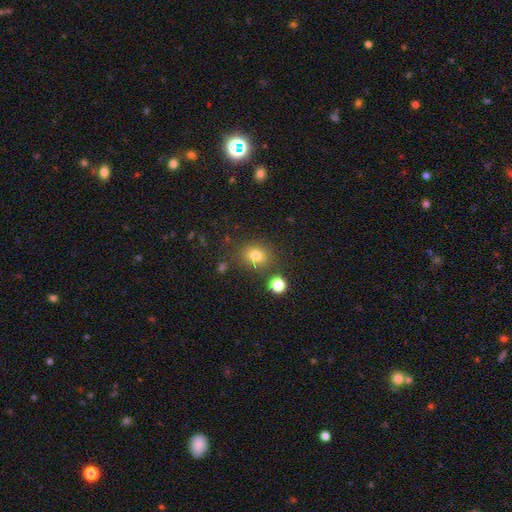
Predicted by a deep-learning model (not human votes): Q: Smooth or featured?
A: smooth (78%); runner-up: star or artifact (14%)
Q: How rounded?
A: round (67%); runner-up: in between (32%)
Q: Merging?
A: none (80%); runner-up: minor disturbance (11%)